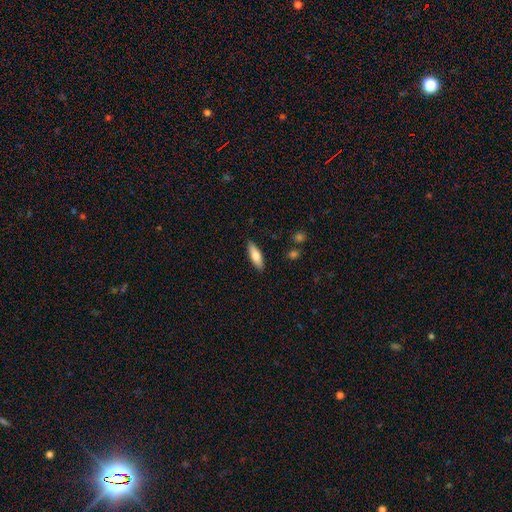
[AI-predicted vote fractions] Morphology: type=smooth (77%); roundness=in between (53%); merging=none (87%).